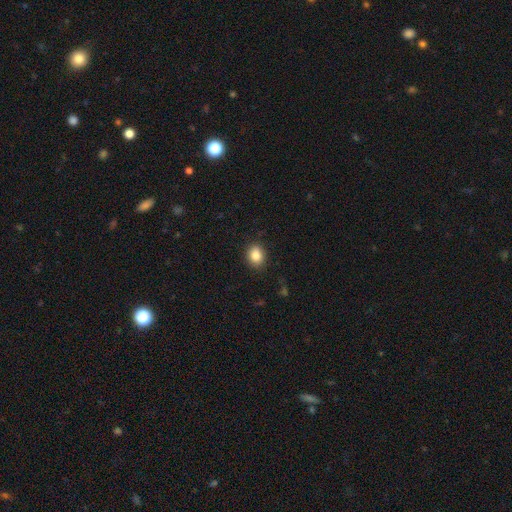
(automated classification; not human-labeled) A smooth galaxy with no disk features (85%) that is in between round and cigar-shaped (50%). Merging: none (86%).